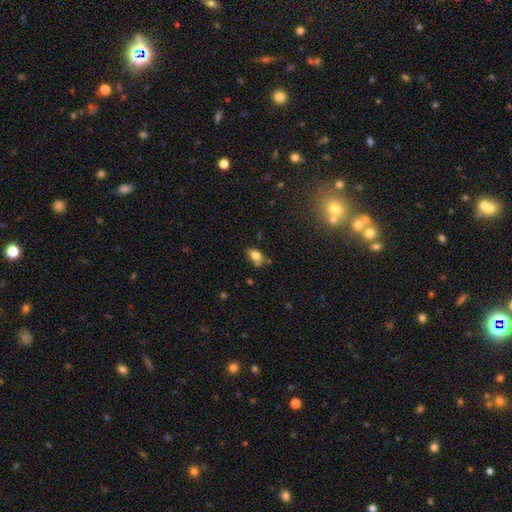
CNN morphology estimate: smooth 72%, featured or disk 17%, star or artifact 11%. Down the decision tree: how rounded — in between (78%); merging — none (57%).